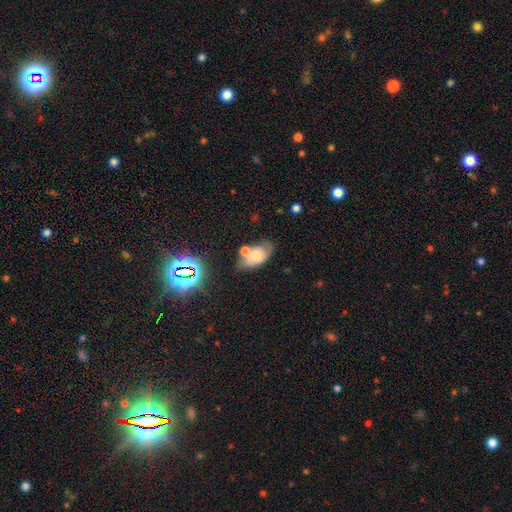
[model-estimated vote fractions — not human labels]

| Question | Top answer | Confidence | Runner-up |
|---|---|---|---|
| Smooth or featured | smooth | 52% | featured or disk (34%) |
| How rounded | in between | 89% | round (9%) |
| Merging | none | 47% | merger (23%) |